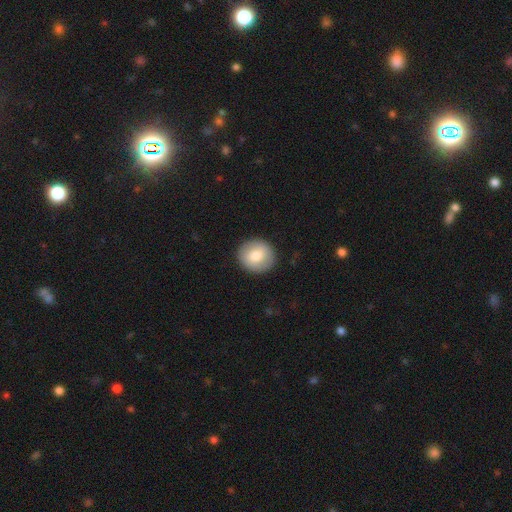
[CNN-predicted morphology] Smooth or featured? smooth (77%)
How rounded? round (89%)
Merging? none (90%)